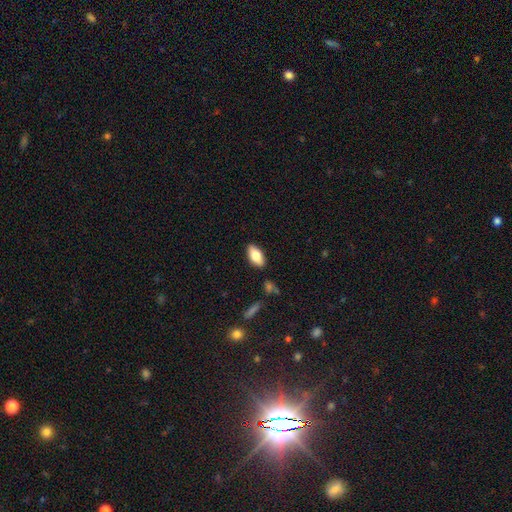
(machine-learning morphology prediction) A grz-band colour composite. It shows a smooth galaxy with no disk features (79%) that is in between round and cigar-shaped (91%). Merging: none (86%).